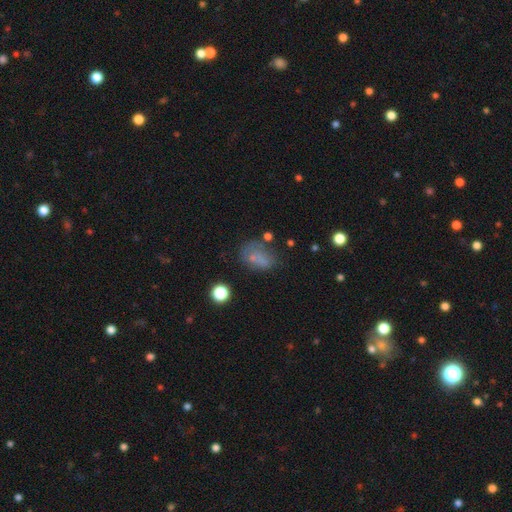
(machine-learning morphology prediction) Overall: smooth (59%; star or artifact 22%). How rounded: in between (77%). Merging: none (49%; minor disturbance 26%).